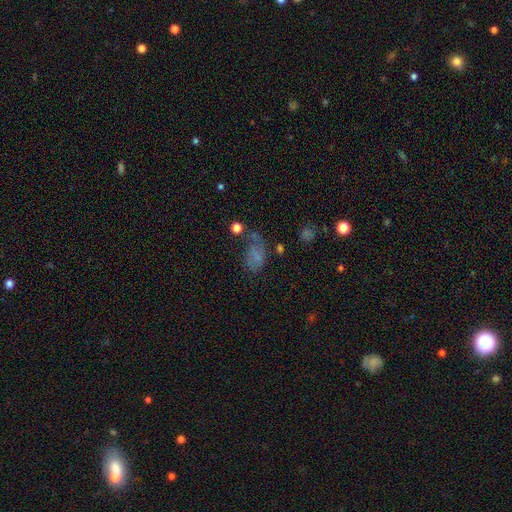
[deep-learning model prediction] Overall: smooth (62%). How rounded: in between (85%). Merging: none (36%; minor disturbance 28%).